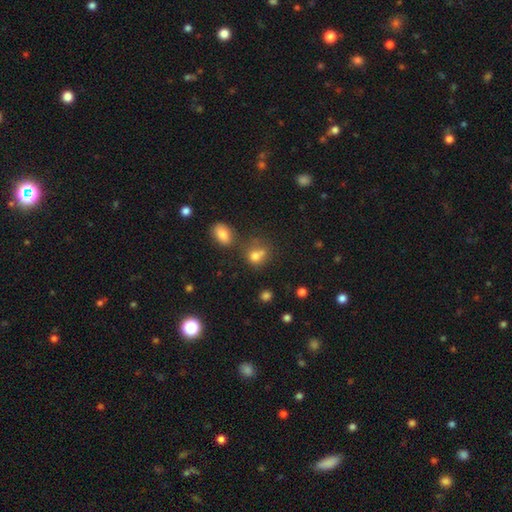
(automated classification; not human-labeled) Q: Smooth or featured?
A: smooth (74%); runner-up: star or artifact (15%)
Q: How rounded?
A: round (63%); runner-up: in between (36%)
Q: Merging?
A: none (43%); runner-up: merger (34%)